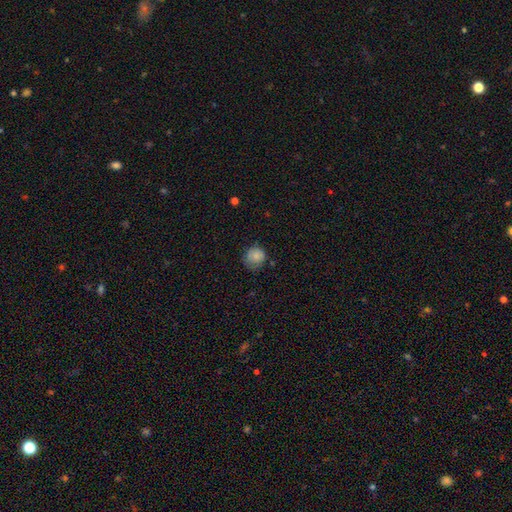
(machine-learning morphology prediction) A smooth galaxy with no disk features (82%) that is round (86%).

Vote fractions:
- Smooth or featured? smooth: 82% / star or artifact: 9% / featured or disk: 9%
- How rounded? round: 86% / in between: 13% / cigar-shaped: 1%
- Merging? none: 64% / minor disturbance: 28% / major disturbance: 7% / merger: 2%